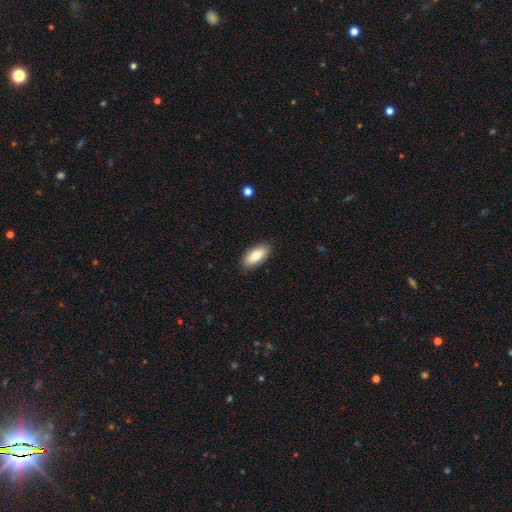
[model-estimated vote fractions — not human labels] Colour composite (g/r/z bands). It shows a smooth galaxy with no disk features (80%) that is in between round and cigar-shaped (88%). Merging: none (89%).